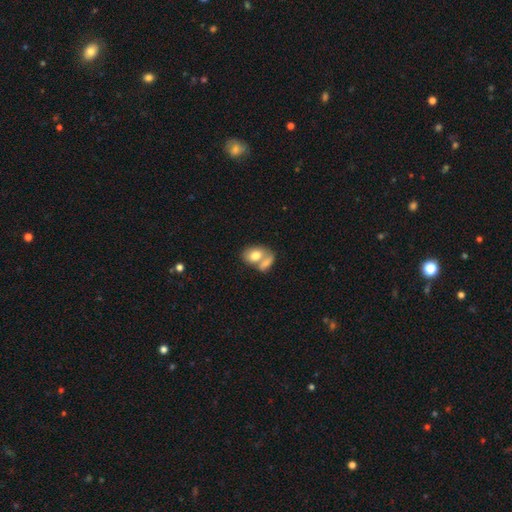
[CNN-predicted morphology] smooth_or_featured: smooth (p=0.76) [alt: featured or disk p=0.17]
how_rounded: in between (p=0.80) [alt: round p=0.18]
merging: merger (p=0.59) [alt: none p=0.27]